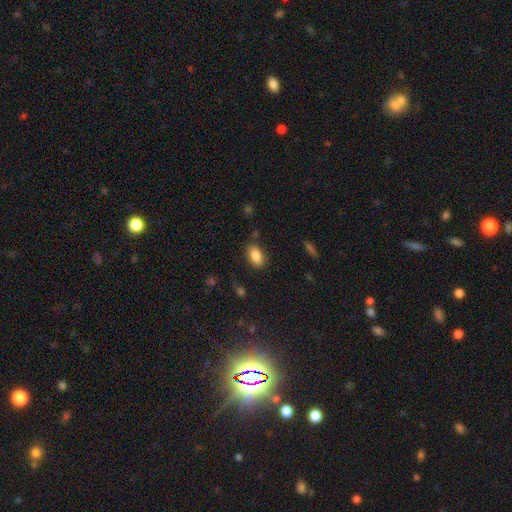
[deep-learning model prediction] Overall: smooth (85%). How rounded: in between (90%). Merging: none (81%).